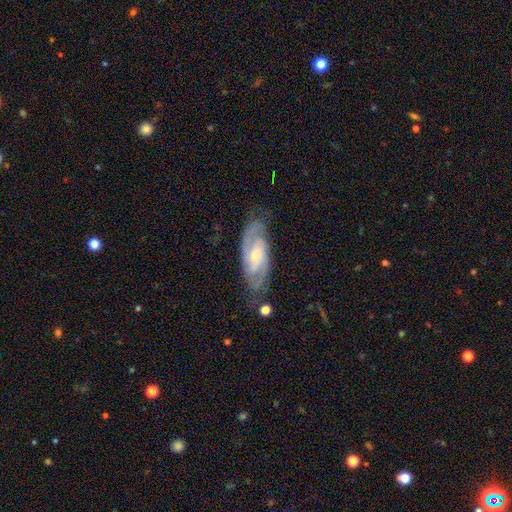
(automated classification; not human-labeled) Morphology: type=featured or disk (84%); edge-on=no (92%); bar=no (45%); spiral arms=yes (96%); winding=tight (47%); arm count=2 (78%); bulge=small (57%); merging=none (75%).